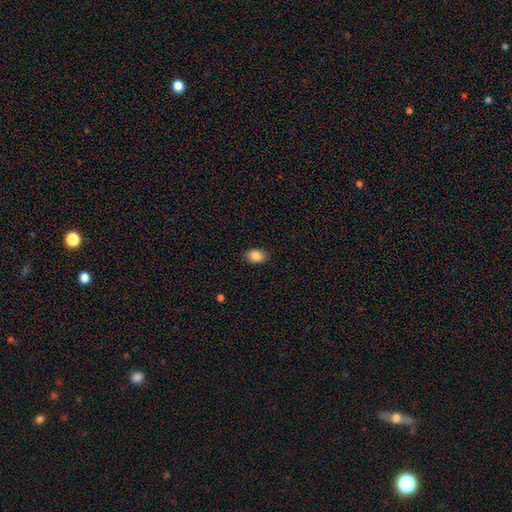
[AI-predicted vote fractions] This is clearly a smooth galaxy (87%). How rounded: likely in between (78%). Merging: clearly none (87%).